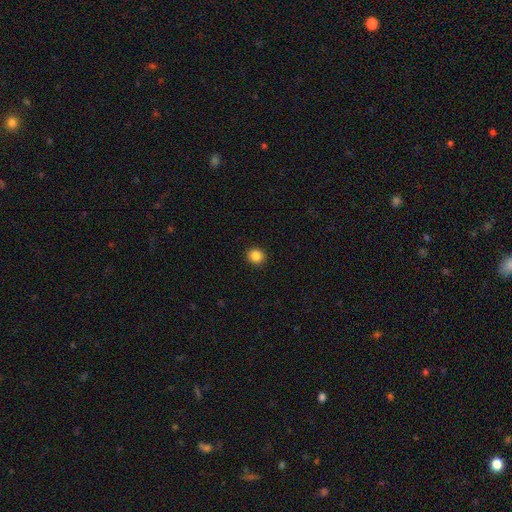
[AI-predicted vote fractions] This is clearly a smooth galaxy (86%). How rounded: clearly round (87%). Merging: clearly none (92%).